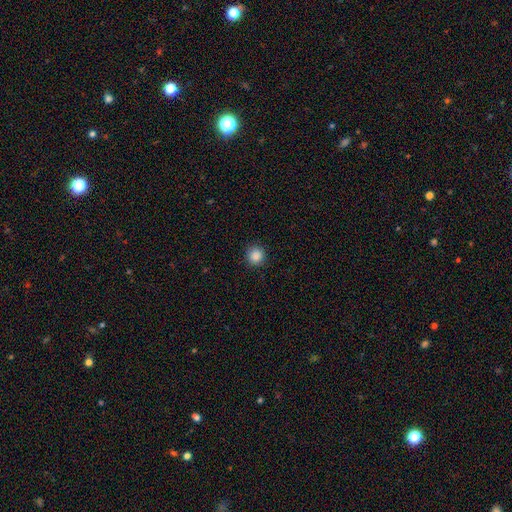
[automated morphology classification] This appears to be a smooth galaxy with no disk features (87%) that is round (94%). Merging: none (90%).